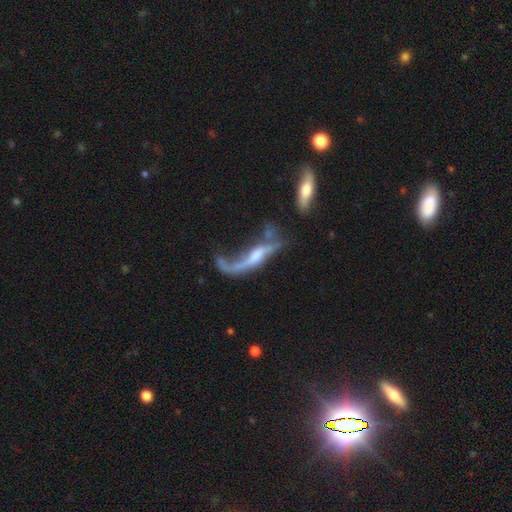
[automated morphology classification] This appears to be a featured or disk galaxy (73%). Merging: major disturbance (35%).